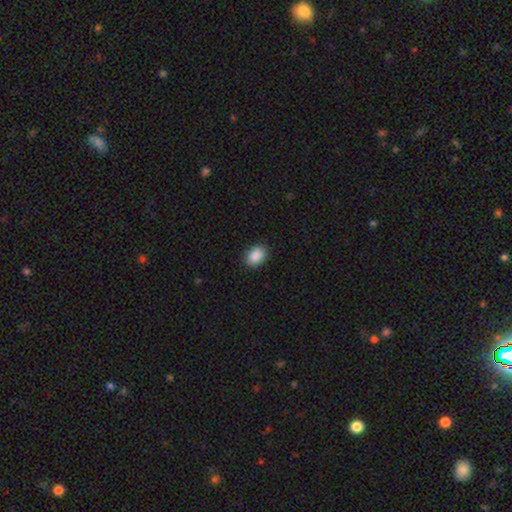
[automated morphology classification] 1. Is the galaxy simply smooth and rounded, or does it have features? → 90% smooth, 7% star or artifact, 3% featured or disk.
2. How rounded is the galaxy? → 82% in between, 17% round, 1% cigar-shaped.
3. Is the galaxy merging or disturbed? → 89% none, 8% minor disturbance, 2% major disturbance, 1% merger.